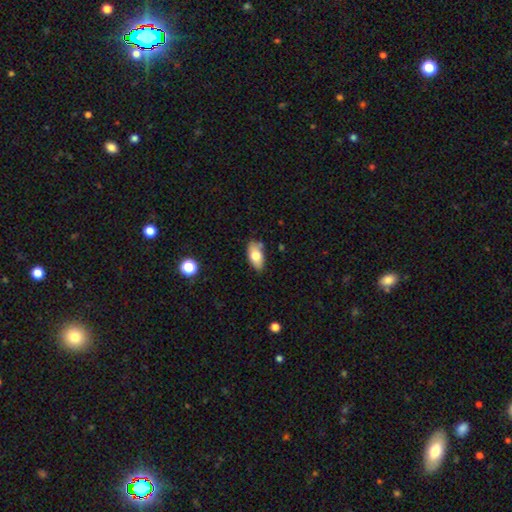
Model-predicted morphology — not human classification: This is likely a smooth galaxy (74%). How rounded: clearly in between (92%). Merging: likely none (77%).